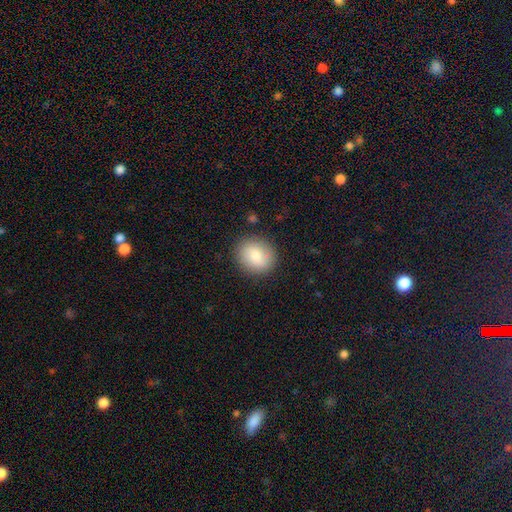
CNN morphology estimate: Smooth or featured?
  - smooth: 76% *
  - featured or disk: 16%
  - star or artifact: 8%
How rounded?
  - round: 75% *
  - in between: 24%
  - cigar-shaped: 1%
Merging?
  - none: 85% *
  - minor disturbance: 10%
  - major disturbance: 3%
  - merger: 1%